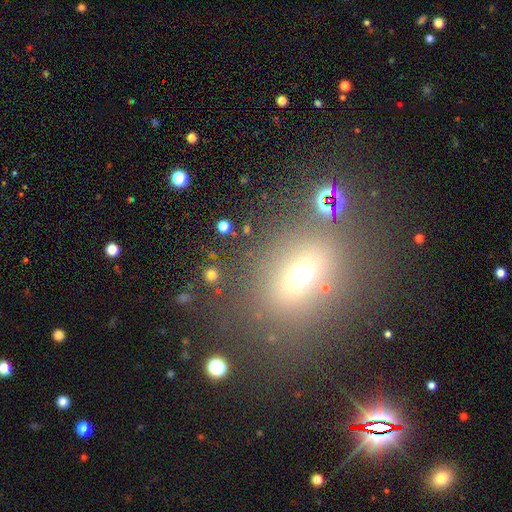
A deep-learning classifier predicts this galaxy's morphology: smooth 48%, star or artifact 32%, featured or disk 20%. Down the decision tree: merging — none (77%).